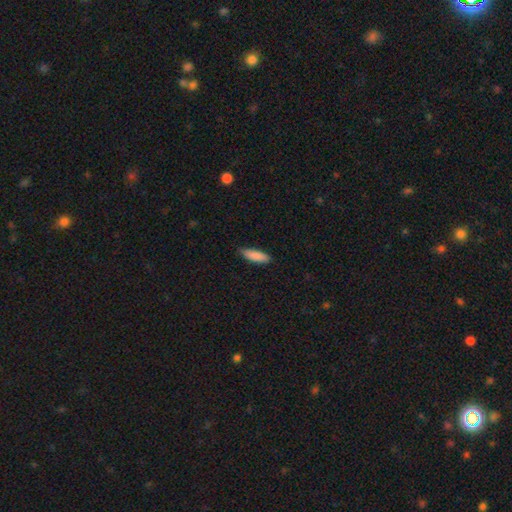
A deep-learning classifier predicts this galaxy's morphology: This appears to be a smooth galaxy with no disk features (88%) that is cigar-shaped (52%). Merging: none (84%).